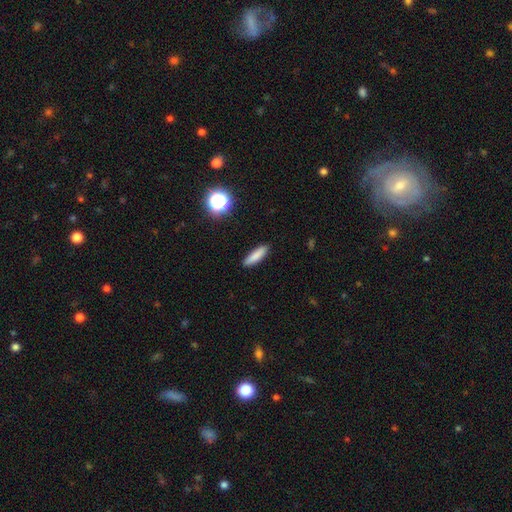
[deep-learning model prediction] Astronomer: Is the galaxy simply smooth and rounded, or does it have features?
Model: smooth — 82%.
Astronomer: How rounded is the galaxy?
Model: cigar-shaped — 71%.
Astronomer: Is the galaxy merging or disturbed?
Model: none — 89%.